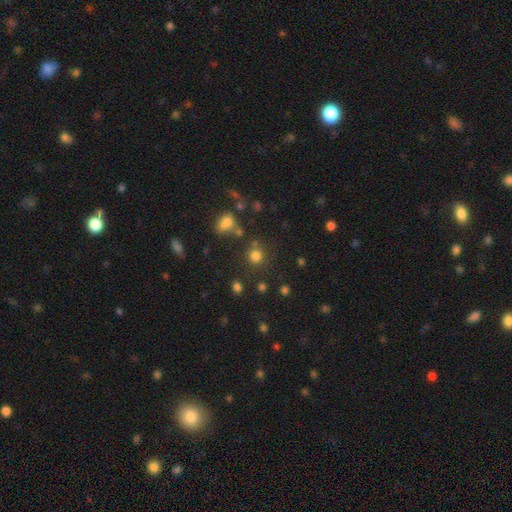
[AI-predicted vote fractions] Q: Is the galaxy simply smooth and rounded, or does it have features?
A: smooth — 75%.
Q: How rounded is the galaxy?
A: round — 88%.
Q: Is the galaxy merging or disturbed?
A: none — 73%.